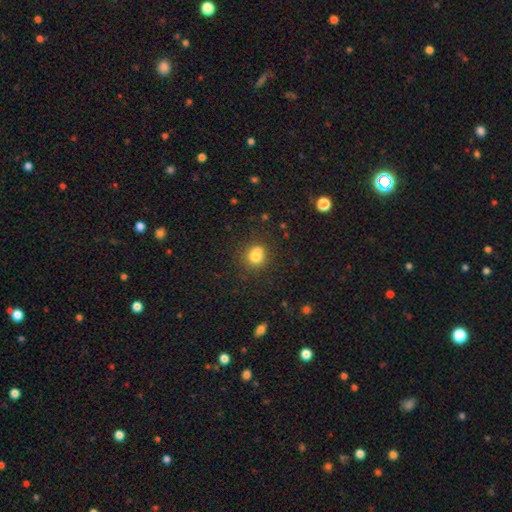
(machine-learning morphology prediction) smooth-or-featured: smooth: 77% | star or artifact: 12% | featured or disk: 10%
  how-rounded: round: 71% | in between: 28% | cigar-shaped: 1%
  merging: none: 59% | minor disturbance: 18% | merger: 16% | major disturbance: 7%